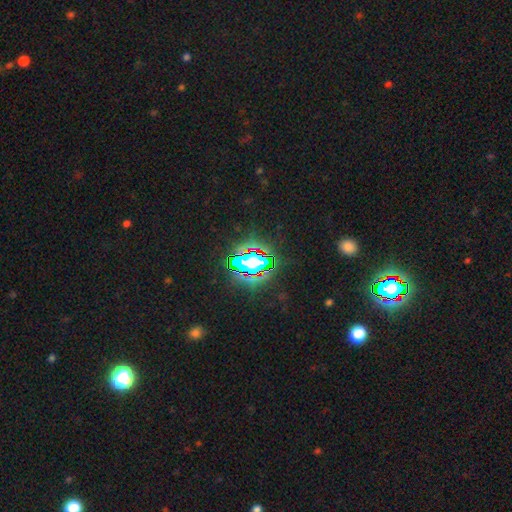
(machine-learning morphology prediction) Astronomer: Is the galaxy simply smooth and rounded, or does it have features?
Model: star or artifact — 68%.